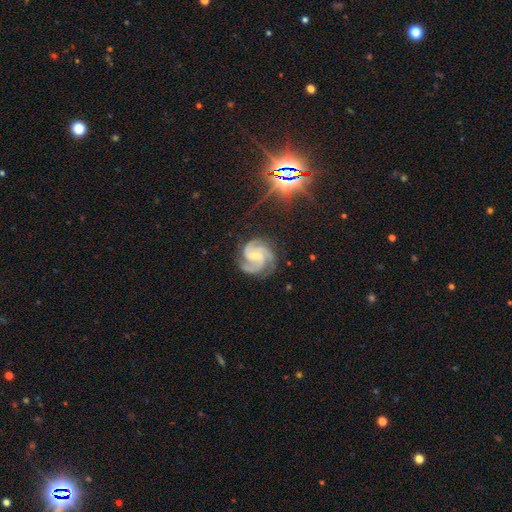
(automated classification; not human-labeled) Smooth or featured?
  - featured or disk: 90% *
  - star or artifact: 5%
  - smooth: 5%
Edge-on disk?
  - no: 98% *
  - yes: 2%
Bar?
  - no: 43% *
  - weak: 42%
  - strong: 15%
Spiral arms?
  - yes: 99% *
  - no: 1%
Spiral winding?
  - medium: 48% *
  - tight: 45%
  - loose: 7%
Spiral arm count?
  - 3: 69% *
  - 4: 12%
  - 2: 8%
  - can't tell: 5%
  - 1: 3%
  - more than 4: 3%
Bulge size?
  - small: 65% *
  - moderate: 24%
  - none: 9%
  - large: 1%
  - dominant: 1%
Merging?
  - none: 76% *
  - minor disturbance: 16%
  - major disturbance: 6%
  - merger: 1%